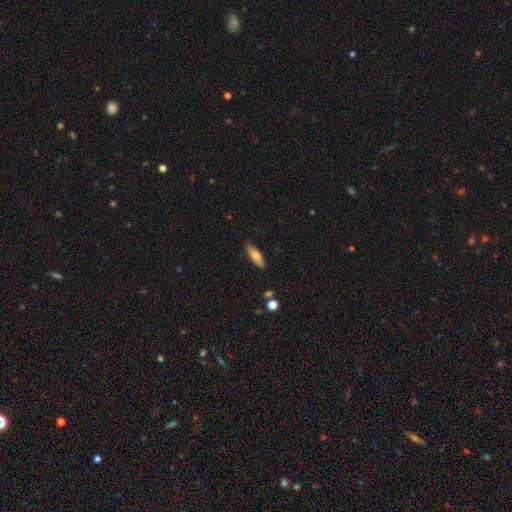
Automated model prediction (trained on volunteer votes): Overall: smooth (69%). How rounded: cigar-shaped (54%; in between 43%). Merging: none (86%).